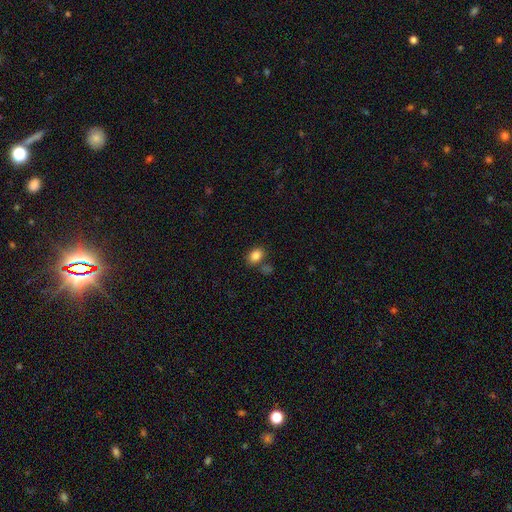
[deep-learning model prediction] Smooth or featured? Predicted: smooth (p=0.85). How rounded? Predicted: in between (p=0.69). Merging? Predicted: none (p=0.73).